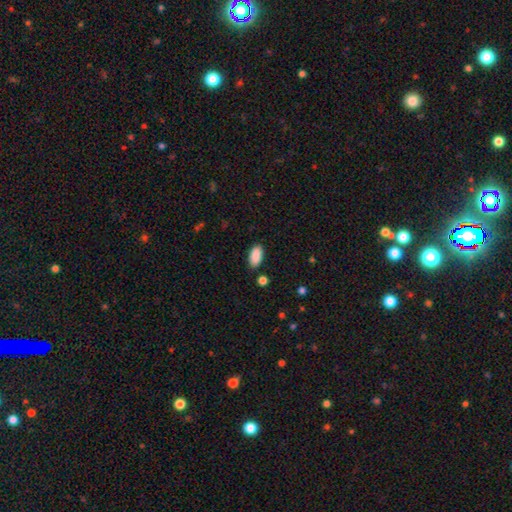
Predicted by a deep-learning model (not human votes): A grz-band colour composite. It shows a smooth galaxy with no disk features (90%) that is in between round and cigar-shaped (92%). Merging: none (86%).